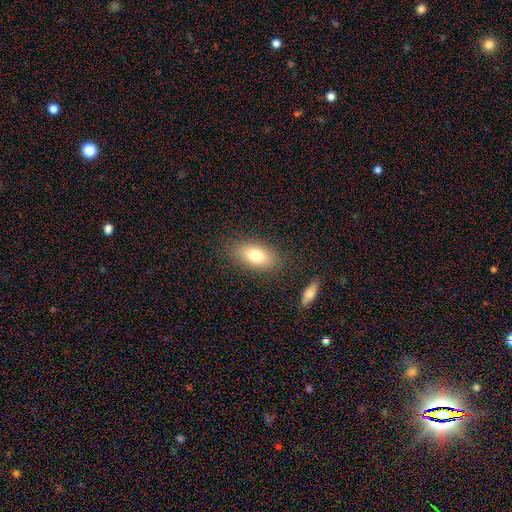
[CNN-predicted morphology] The model was most divided on "smooth or featured": smooth: 77%, featured or disk: 15%, star or artifact: 9%. More confident: how rounded — in between (87%); merging — none (82%).